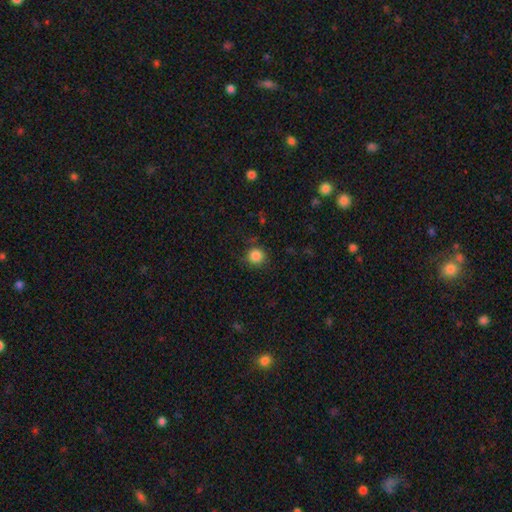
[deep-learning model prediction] This is clearly a smooth galaxy (85%). How rounded: clearly round (92%). Merging: clearly none (83%).